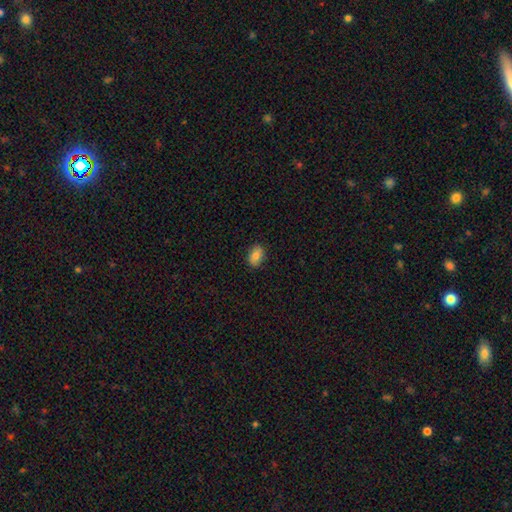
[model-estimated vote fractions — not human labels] This appears to be a smooth galaxy with no disk features (83%) that is in between round and cigar-shaped (87%). Merging: none (87%).